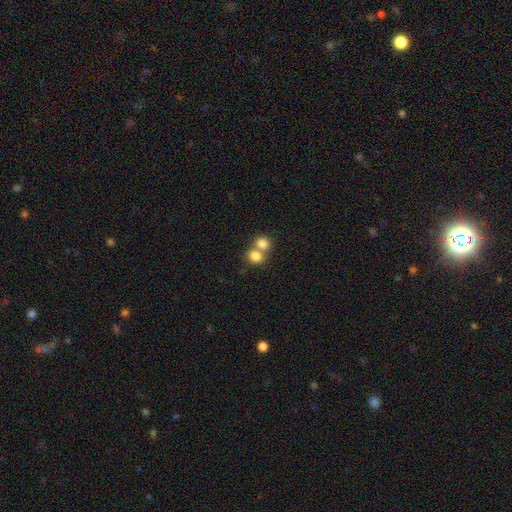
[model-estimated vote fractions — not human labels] Smooth or featured? Predicted: smooth (p=0.81). How rounded? Predicted: round (p=0.66). Merging? Predicted: merger (p=0.60).